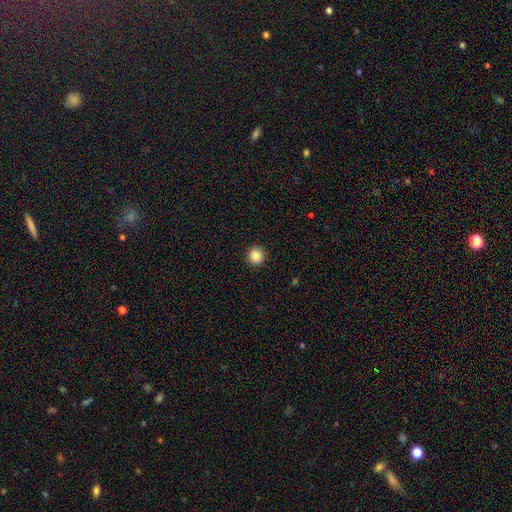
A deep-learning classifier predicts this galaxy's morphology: This is clearly a smooth galaxy (87%). How rounded: clearly round (95%). Merging: clearly none (92%).